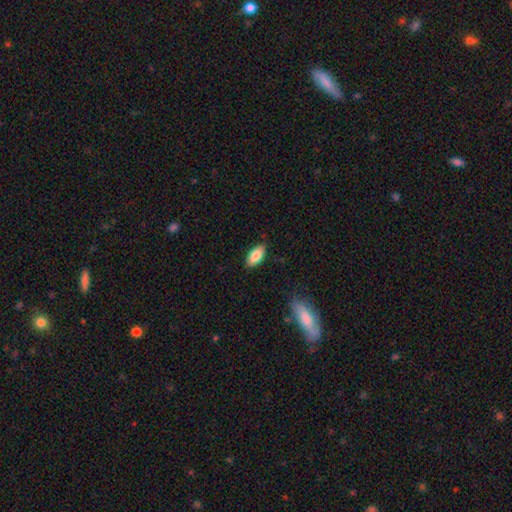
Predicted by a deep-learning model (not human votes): smooth-or-featured: smooth: 83% | featured or disk: 10% | star or artifact: 7%
  how-rounded: in between: 91% | cigar-shaped: 6% | round: 2%
  merging: none: 85% | minor disturbance: 11% | major disturbance: 2% | merger: 1%